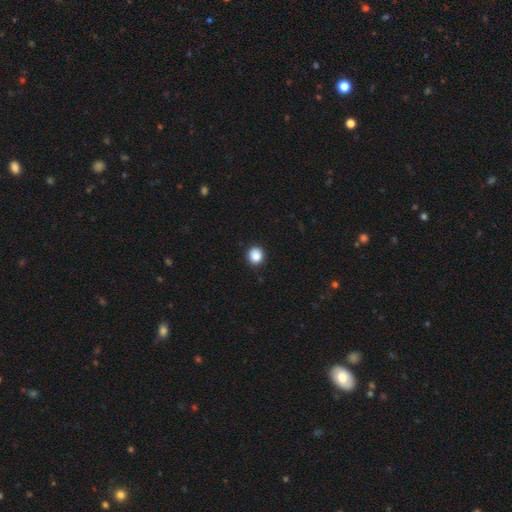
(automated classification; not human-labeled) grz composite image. It shows a smooth galaxy with no disk features (88%) that is round (88%). Merging: none (91%).